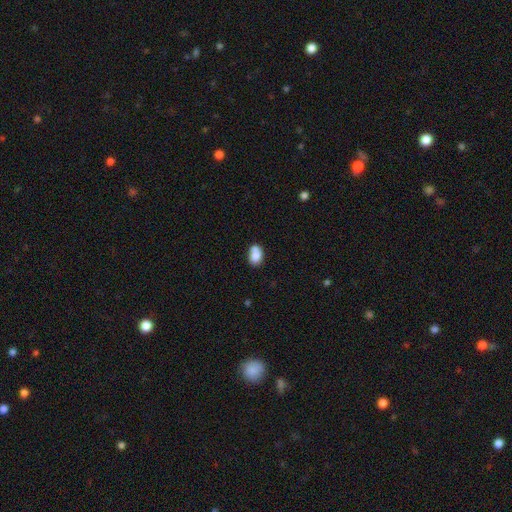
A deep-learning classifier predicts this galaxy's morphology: Smooth or featured? smooth (82%)
How rounded? in between (82%)
Merging? none (50%)